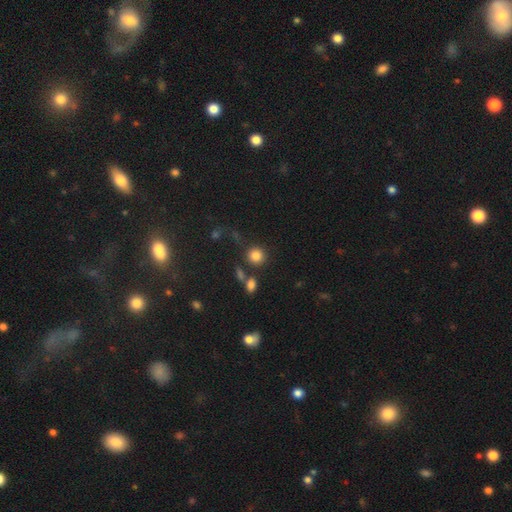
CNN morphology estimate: Q: Smooth or featured?
A: smooth (82%); runner-up: star or artifact (12%)
Q: How rounded?
A: round (88%); runner-up: in between (11%)
Q: Merging?
A: none (73%); runner-up: merger (11%)